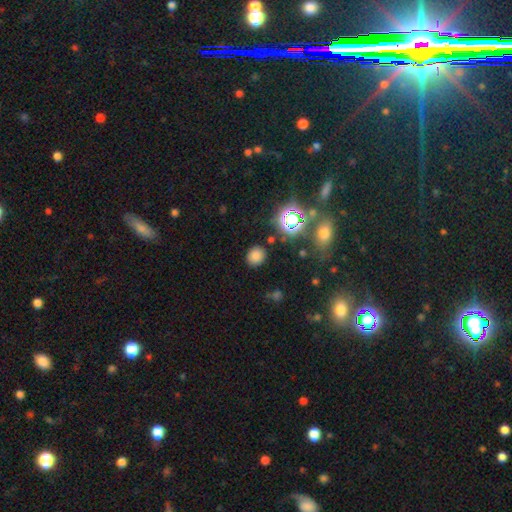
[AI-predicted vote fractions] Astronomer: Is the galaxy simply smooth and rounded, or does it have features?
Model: smooth — 75%.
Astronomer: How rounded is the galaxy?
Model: round — 68%.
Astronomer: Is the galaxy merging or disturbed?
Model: none — 85%.